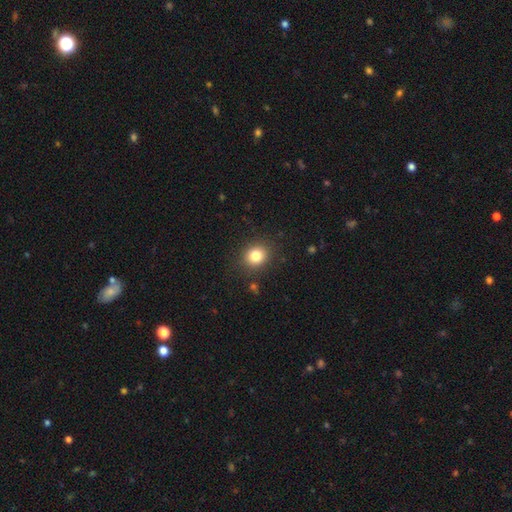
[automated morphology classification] A smooth galaxy with no disk features (81%) that is round (77%). Merging: none (88%).